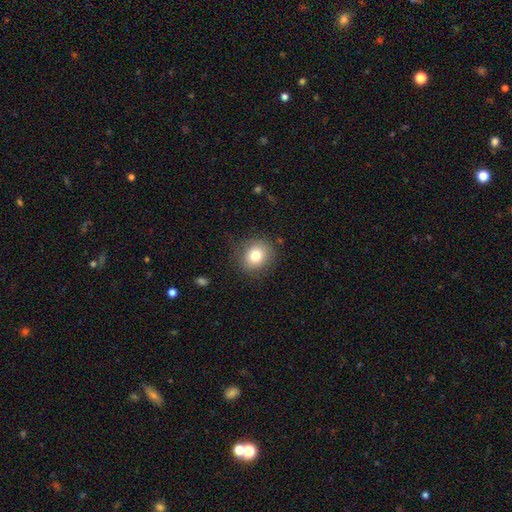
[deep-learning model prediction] Smooth or featured: smooth — 79% (star or artifact — 11%)
How rounded: round — 79% (in between — 21%)
Merging: none — 83% (minor disturbance — 11%)